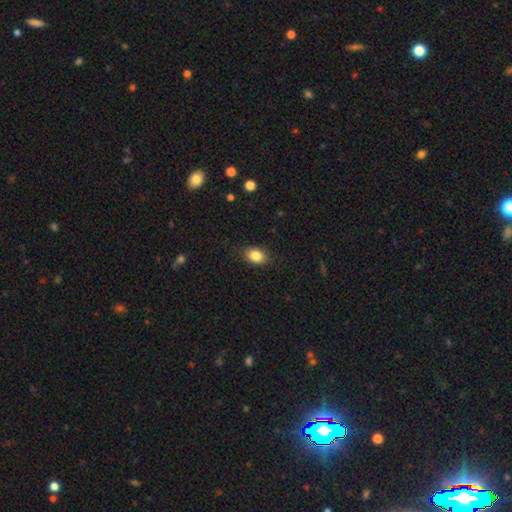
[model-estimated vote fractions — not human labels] Smooth or featured? smooth (85%)
How rounded? in between (76%)
Merging? none (85%)